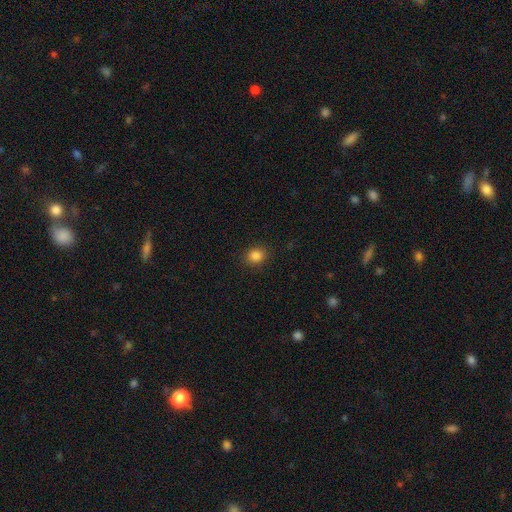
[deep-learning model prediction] This appears to be a smooth galaxy with no disk features (85%) that is round (72%). Merging: none (90%).